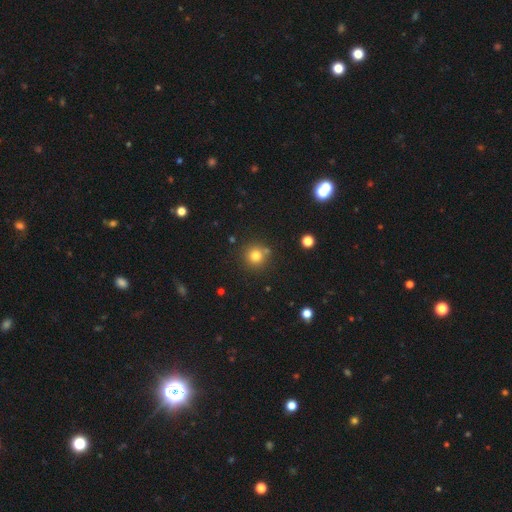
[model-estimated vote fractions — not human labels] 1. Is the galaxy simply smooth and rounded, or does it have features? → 78% smooth, 14% star or artifact, 8% featured or disk.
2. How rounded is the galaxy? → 94% round, 6% in between, 1% cigar-shaped.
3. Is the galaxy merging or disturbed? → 78% none, 10% minor disturbance, 9% merger, 3% major disturbance.